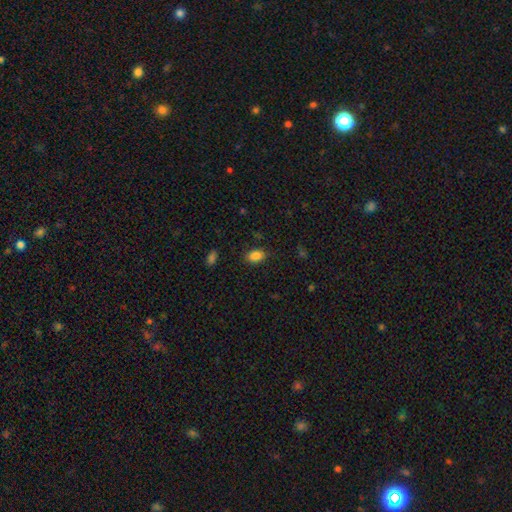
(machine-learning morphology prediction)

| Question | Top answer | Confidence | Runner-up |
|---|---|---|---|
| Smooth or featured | smooth | 86% | star or artifact (10%) |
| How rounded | in between | 86% | round (13%) |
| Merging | none | 83% | minor disturbance (13%) |